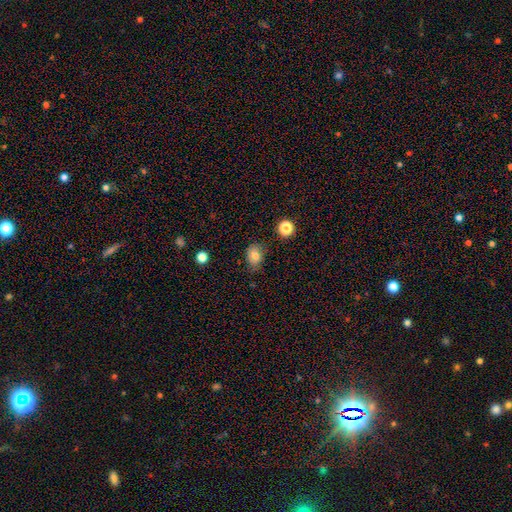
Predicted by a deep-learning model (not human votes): Smooth or featured?
  - smooth: 79% *
  - star or artifact: 11%
  - featured or disk: 10%
How rounded?
  - in between: 60% *
  - round: 39%
  - cigar-shaped: 1%
Merging?
  - none: 76% *
  - minor disturbance: 18%
  - major disturbance: 4%
  - merger: 2%